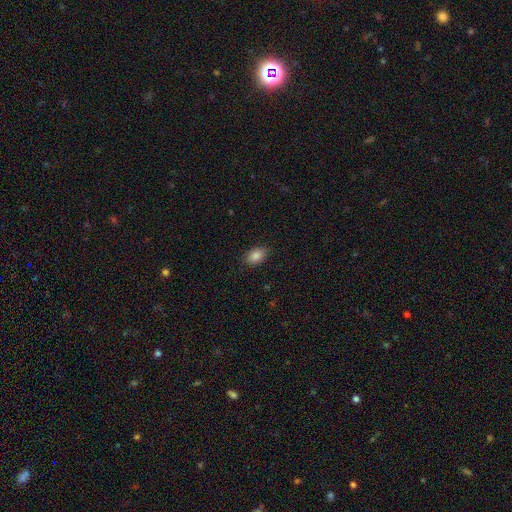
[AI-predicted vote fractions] Smooth or featured: smooth — 87% (star or artifact — 9%)
How rounded: in between — 85% (round — 13%)
Merging: none — 86% (minor disturbance — 10%)